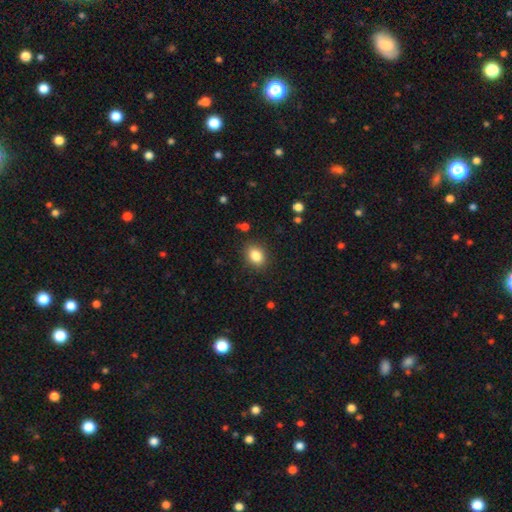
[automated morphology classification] Overall: smooth (85%). How rounded: in between (61%; round 38%). Merging: none (87%).